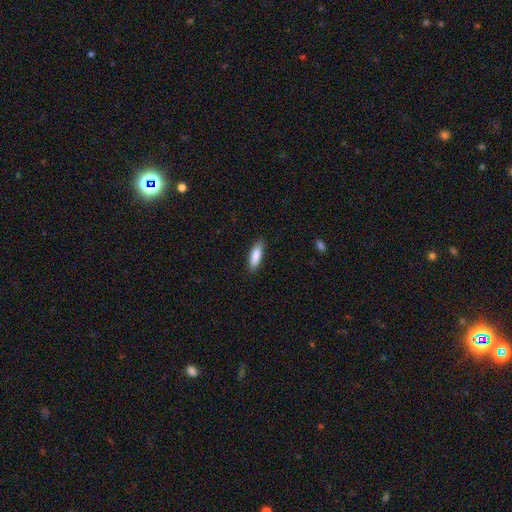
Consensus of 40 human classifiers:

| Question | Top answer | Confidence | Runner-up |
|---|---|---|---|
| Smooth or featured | smooth | 88% | star or artifact (12%) |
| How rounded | in between | 54% | cigar-shaped (46%) |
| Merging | none | 94% | minor disturbance (3%) |